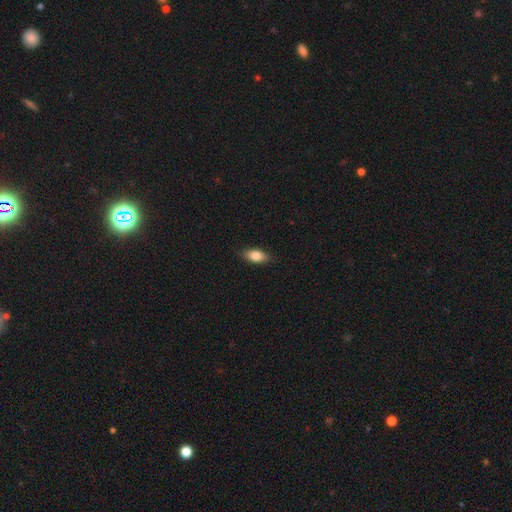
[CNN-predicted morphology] Smooth or featured: smooth — 80% (featured or disk — 13%)
How rounded: in between — 86% (cigar-shaped — 9%)
Merging: none — 86% (minor disturbance — 11%)